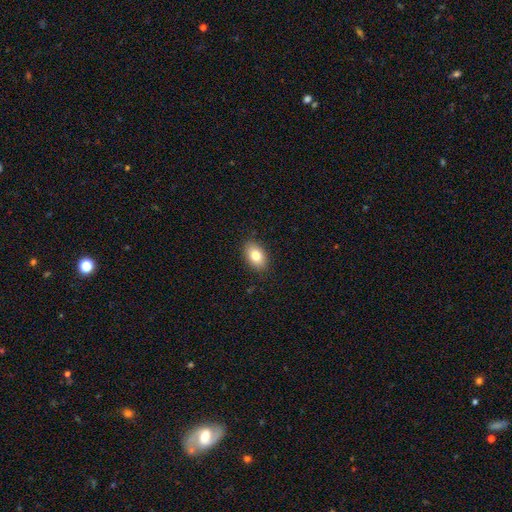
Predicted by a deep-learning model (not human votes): Smooth or featured: smooth — 80% (featured or disk — 12%)
How rounded: in between — 89% (round — 10%)
Merging: none — 88% (minor disturbance — 9%)